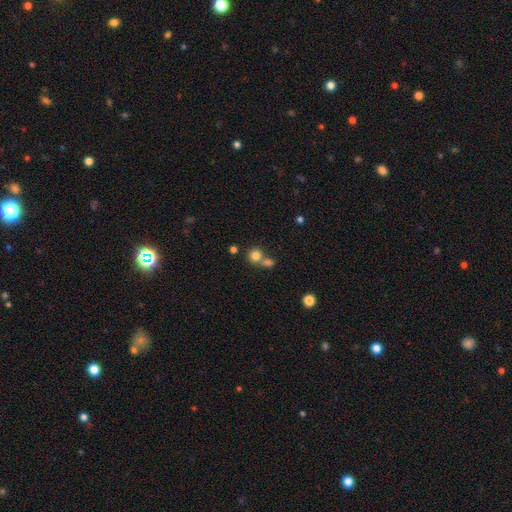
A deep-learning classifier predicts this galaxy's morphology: A smooth galaxy with no disk features (80%) that is round (87%). Merging: none (49%).